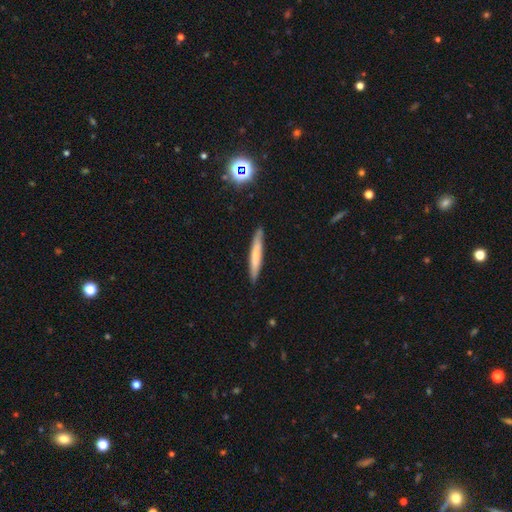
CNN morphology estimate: Q: Smooth or featured?
A: smooth (63%); runner-up: featured or disk (31%)
Q: How rounded?
A: cigar-shaped (95%); runner-up: in between (4%)
Q: Merging?
A: none (87%); runner-up: minor disturbance (10%)